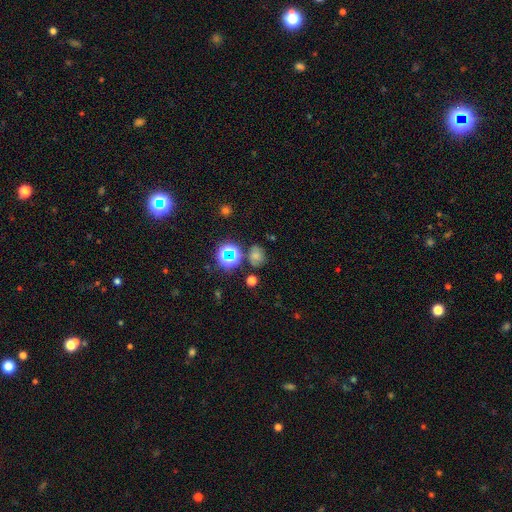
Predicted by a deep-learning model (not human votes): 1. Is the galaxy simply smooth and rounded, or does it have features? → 57% smooth, 31% star or artifact, 12% featured or disk.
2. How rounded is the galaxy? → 53% round, 46% in between, 1% cigar-shaped.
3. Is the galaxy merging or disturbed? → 65% none, 18% minor disturbance, 10% merger, 7% major disturbance.